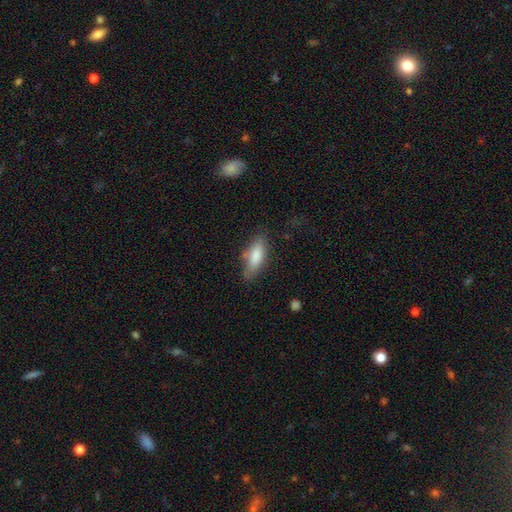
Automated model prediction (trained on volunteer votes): Q: Smooth or featured?
A: smooth (80%); runner-up: featured or disk (14%)
Q: How rounded?
A: in between (66%); runner-up: cigar-shaped (32%)
Q: Merging?
A: none (70%); runner-up: minor disturbance (21%)